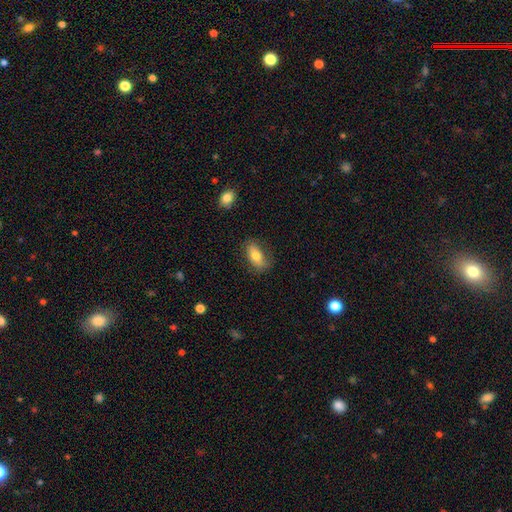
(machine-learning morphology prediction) A smooth galaxy with no disk features (72%) that is in between round and cigar-shaped (84%). Merging: none (75%).